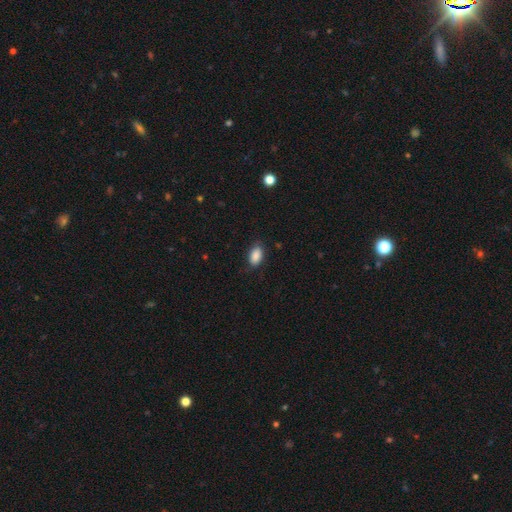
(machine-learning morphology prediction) Overall: smooth (89%). How rounded: in between (92%). Merging: none (81%).